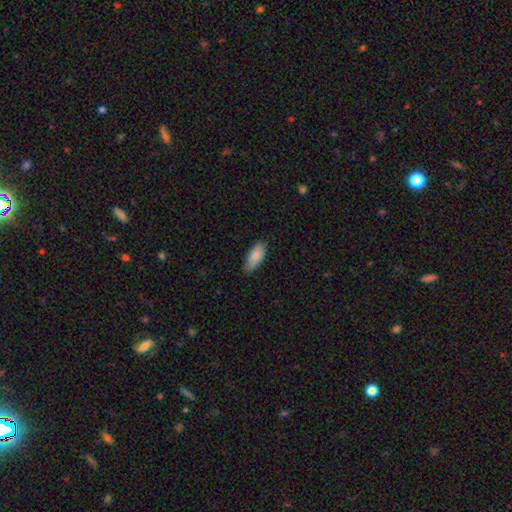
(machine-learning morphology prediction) The model was most divided on "merging": none: 78%, minor disturbance: 18%, major disturbance: 2%, merger: 1%. More confident: smooth or featured — smooth (86%); how rounded — in between (83%).